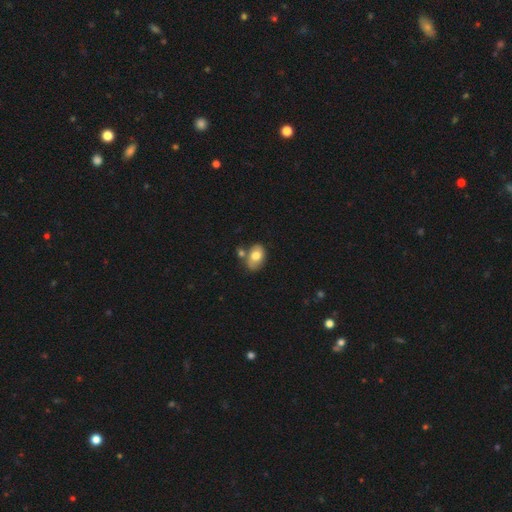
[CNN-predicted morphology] A smooth galaxy with no disk features (74%) that is in between round and cigar-shaped (86%). Merging: none (60%).